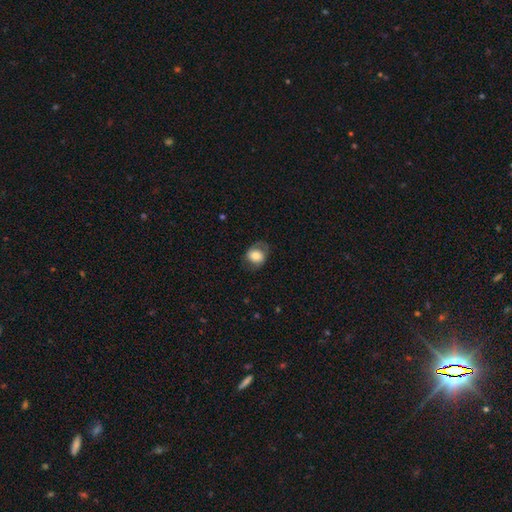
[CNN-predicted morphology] Smooth or featured: smooth — 66% (featured or disk — 26%)
How rounded: round — 59% (in between — 40%)
Merging: none — 66% (minor disturbance — 21%)